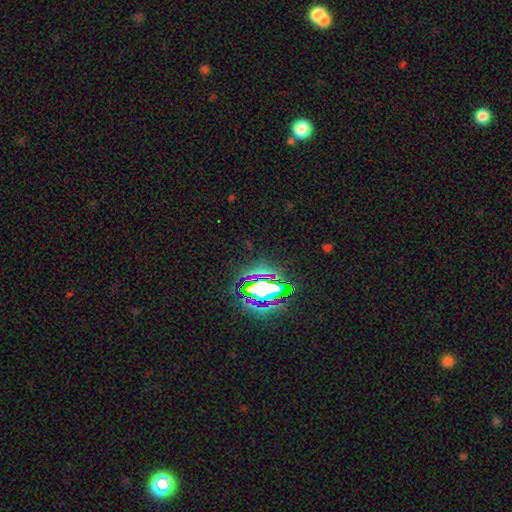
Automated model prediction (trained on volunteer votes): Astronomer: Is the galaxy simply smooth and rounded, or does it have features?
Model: star or artifact — 80%.